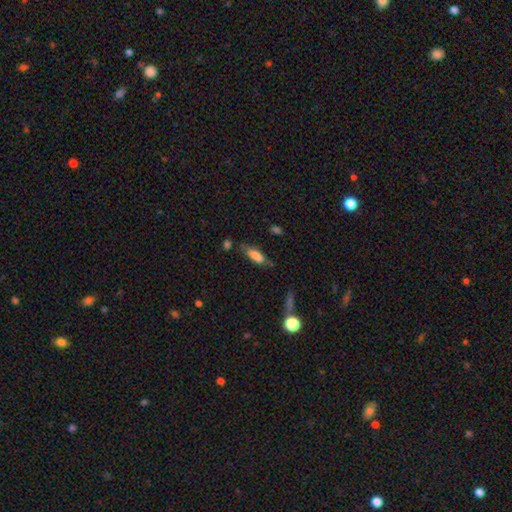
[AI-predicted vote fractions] The model was most divided on "how rounded": in between: 56%, cigar-shaped: 42%, round: 2%. More confident: smooth or featured — smooth (74%); merging — none (60%).